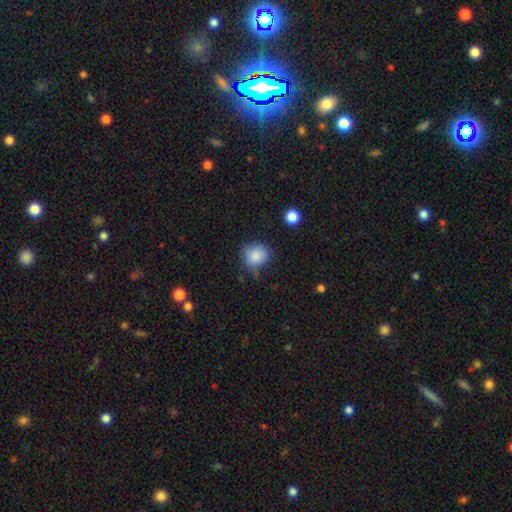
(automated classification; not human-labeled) smooth 84%, star or artifact 10%, featured or disk 7%. Down the decision tree: how rounded — round (75%); merging — none (58%).